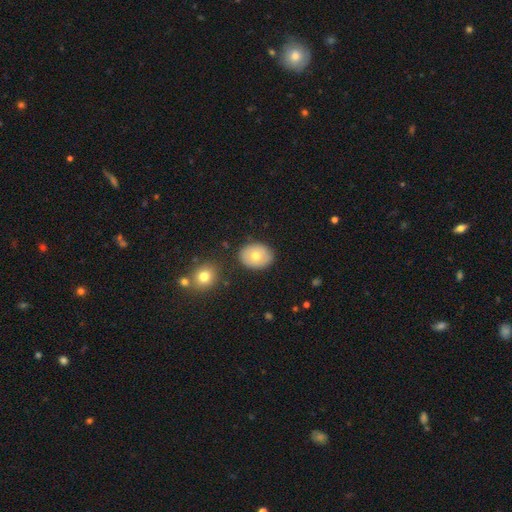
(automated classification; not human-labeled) A smooth galaxy with no disk features (70%) that is in between round and cigar-shaped (60%). Merging: none (85%).